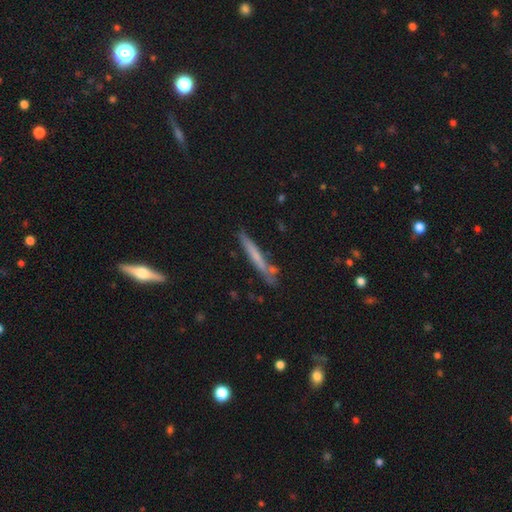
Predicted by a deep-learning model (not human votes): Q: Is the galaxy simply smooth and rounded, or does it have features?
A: smooth — 55%.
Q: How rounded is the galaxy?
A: cigar-shaped — 95%.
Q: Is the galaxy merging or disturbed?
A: none — 76%.